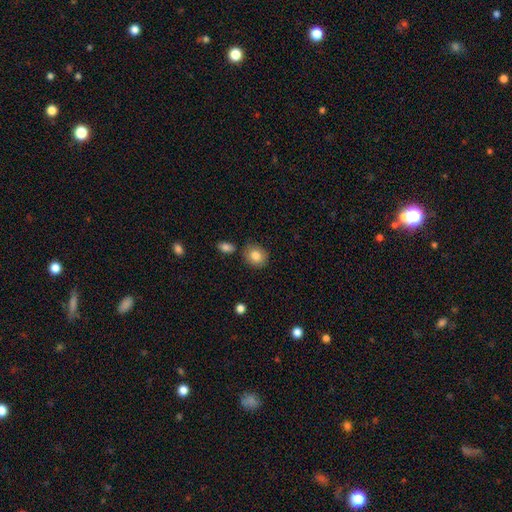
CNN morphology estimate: Overall: smooth (84%). How rounded: round (64%; in between 35%). Merging: none (79%).